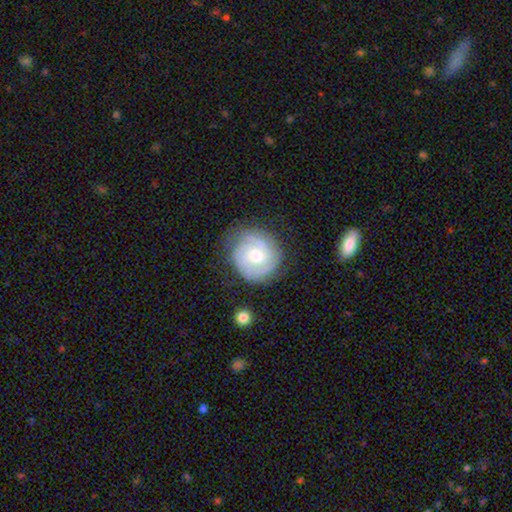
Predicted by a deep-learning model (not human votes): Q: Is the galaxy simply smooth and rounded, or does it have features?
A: featured or disk — 74%.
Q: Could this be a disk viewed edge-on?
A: no — 98%.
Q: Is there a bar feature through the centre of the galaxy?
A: no — 57%.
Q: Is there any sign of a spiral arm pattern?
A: yes — 92%.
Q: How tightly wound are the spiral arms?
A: tight — 63%.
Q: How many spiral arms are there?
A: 2 — 49%.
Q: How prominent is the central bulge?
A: moderate — 71%.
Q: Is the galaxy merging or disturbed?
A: none — 75%.